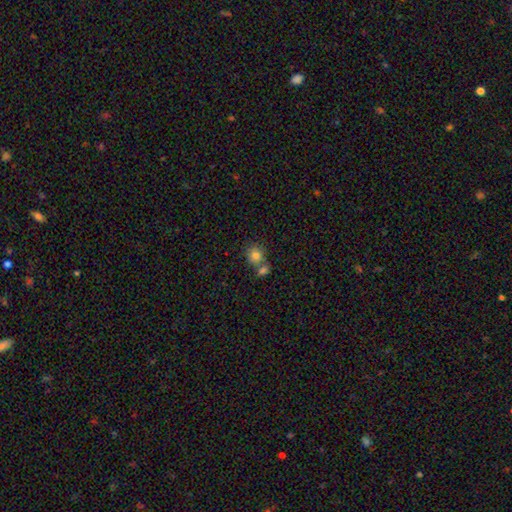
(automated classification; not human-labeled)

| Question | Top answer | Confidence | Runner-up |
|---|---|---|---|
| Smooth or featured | smooth | 81% | star or artifact (11%) |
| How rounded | round | 82% | in between (17%) |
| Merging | none | 53% | merger (35%) |